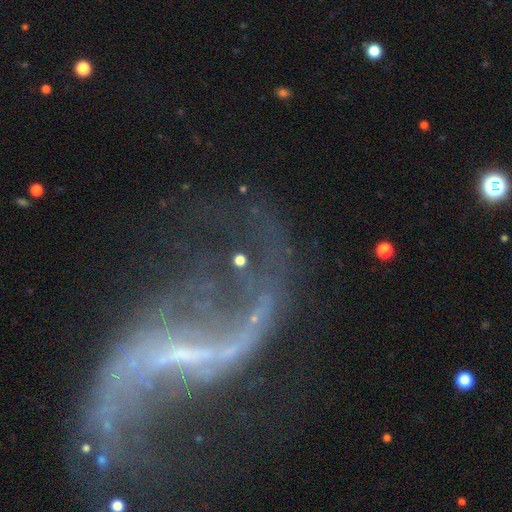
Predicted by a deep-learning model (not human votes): The model was most divided on "bulge size": none: 44%, small: 41%, moderate: 11%, large: 2%, dominant: 1%. Remaining: edge-on disk — no (94%); spiral winding — loose (87%); smooth or featured — featured or disk (84%); spiral arms — yes (82%); spiral arm count — 2 (80%); bar — strong (48%); merging — none (42%).